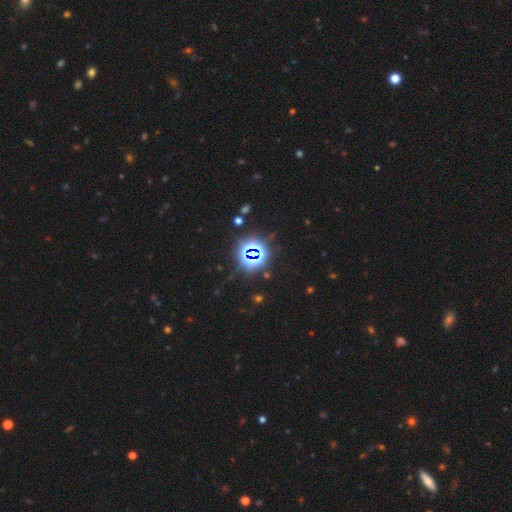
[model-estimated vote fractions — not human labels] Morphology: type=star or artifact (79%).